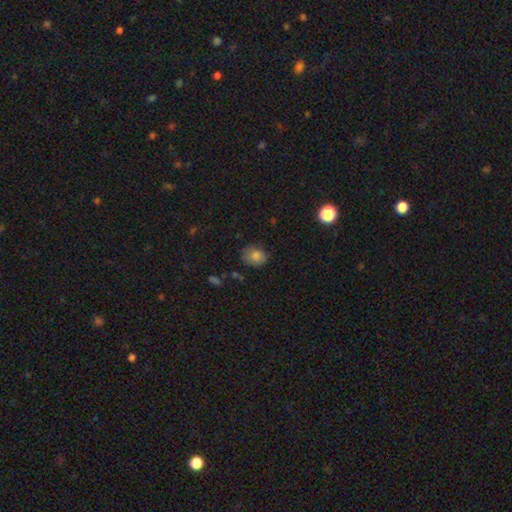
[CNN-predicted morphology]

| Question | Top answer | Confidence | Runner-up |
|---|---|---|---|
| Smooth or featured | smooth | 80% | star or artifact (11%) |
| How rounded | in between | 51% | round (48%) |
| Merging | none | 72% | minor disturbance (21%) |